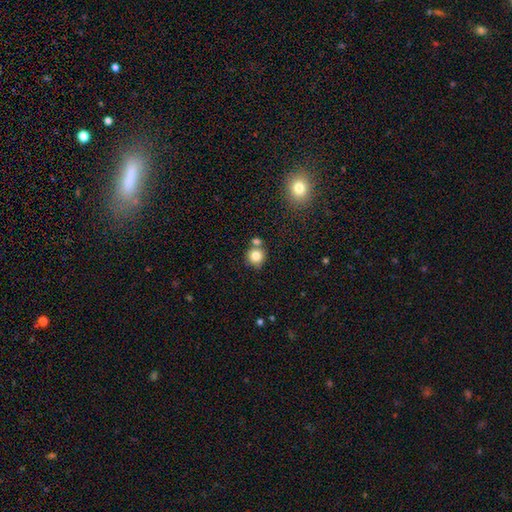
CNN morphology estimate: Smooth or featured: smooth — 81% (star or artifact — 11%)
How rounded: round — 90% (in between — 9%)
Merging: none — 66% (merger — 22%)